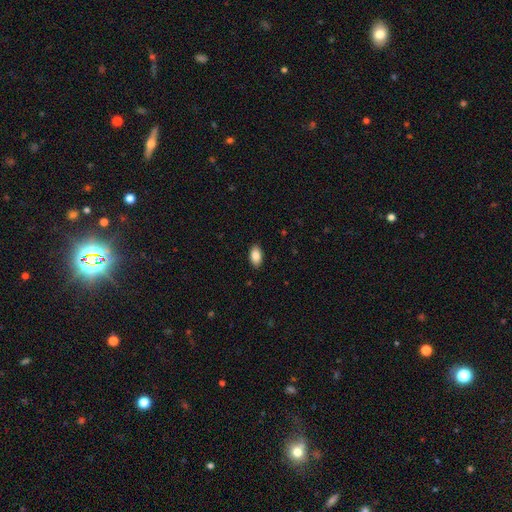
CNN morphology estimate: A smooth galaxy with no disk features (88%) that is in between round and cigar-shaped (94%).

Vote fractions:
- Smooth or featured? smooth: 88% / star or artifact: 7% / featured or disk: 5%
- How rounded? in between: 94% / round: 4% / cigar-shaped: 2%
- Merging? none: 89% / minor disturbance: 8% / major disturbance: 2% / merger: 1%